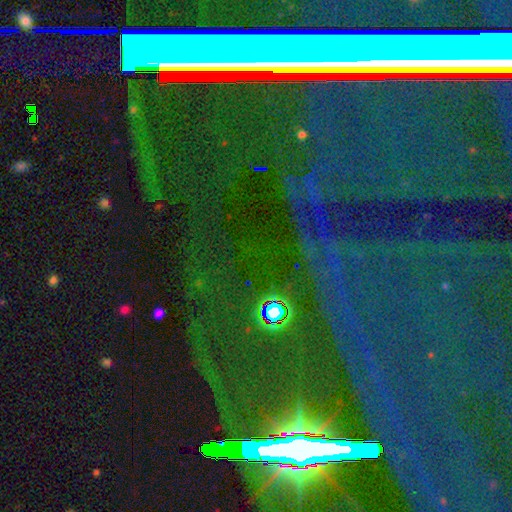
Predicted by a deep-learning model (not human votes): This appears to be a star or artifact, not a galaxy (83%).